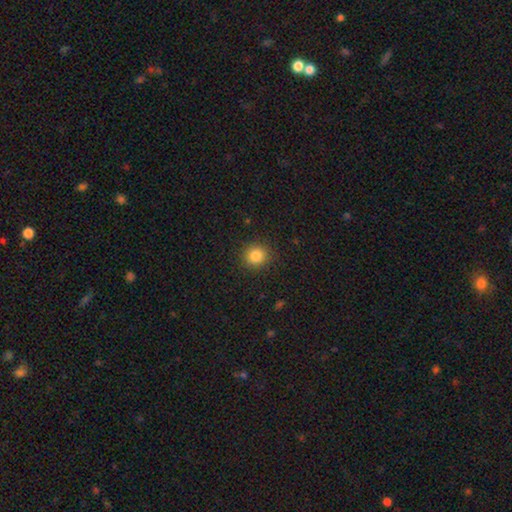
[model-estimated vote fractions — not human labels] Morphology: type=smooth (84%); roundness=round (88%); merging=none (90%).